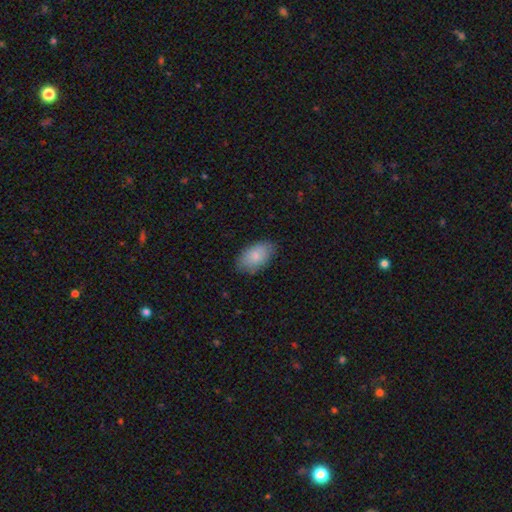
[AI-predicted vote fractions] This is clearly a smooth galaxy (83%). How rounded: clearly in between (93%). Merging: clearly none (81%).